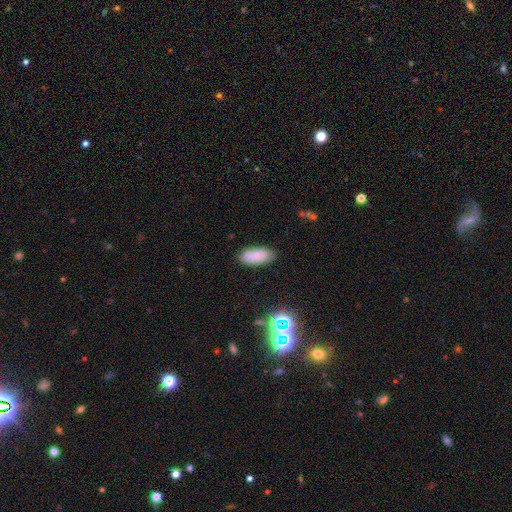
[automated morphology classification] smooth_or_featured: smooth (p=0.70) [alt: featured or disk p=0.20]
how_rounded: in between (p=0.88) [alt: cigar-shaped p=0.09]
merging: none (p=0.82) [alt: minor disturbance p=0.13]